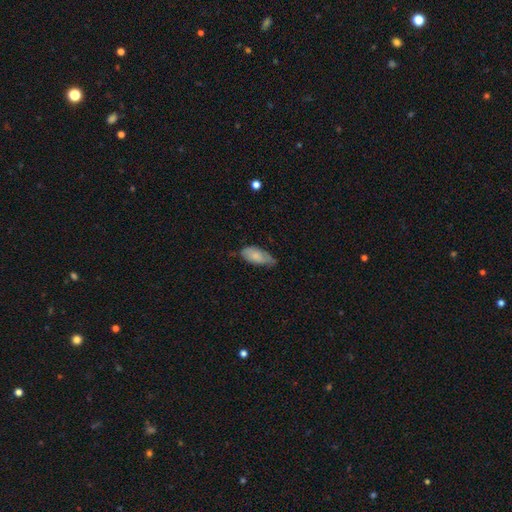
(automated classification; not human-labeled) Overall: smooth (74%). How rounded: in between (89%). Merging: none (50%; minor disturbance 39%).